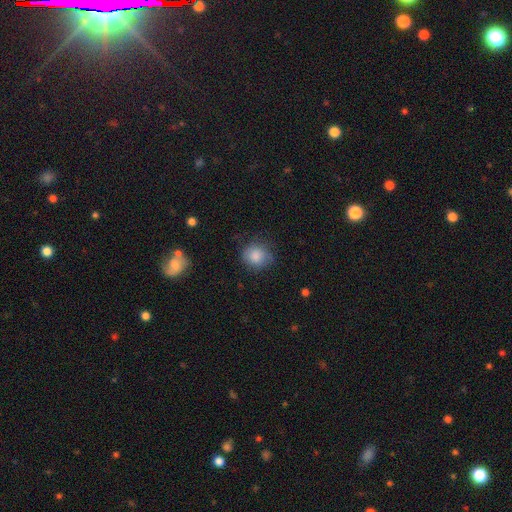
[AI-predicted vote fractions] Q: Smooth or featured?
A: smooth (85%); runner-up: star or artifact (9%)
Q: How rounded?
A: round (82%); runner-up: in between (17%)
Q: Merging?
A: none (72%); runner-up: minor disturbance (21%)